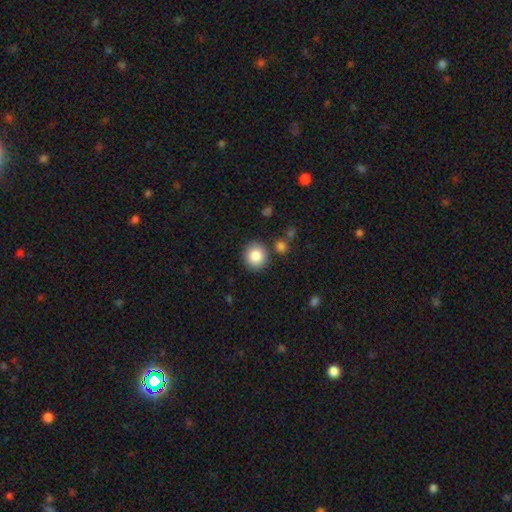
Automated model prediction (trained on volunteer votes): A smooth galaxy with no disk features (85%) that is round (86%). Merging: none (86%).